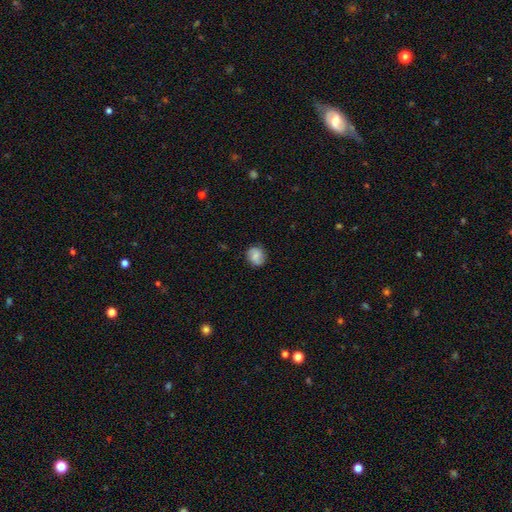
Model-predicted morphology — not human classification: smooth 65%, featured or disk 26%, star or artifact 9%. Down the decision tree: how rounded — round (77%); merging — none (82%).